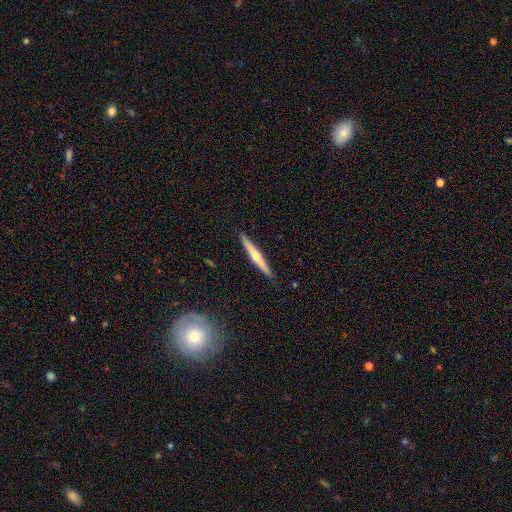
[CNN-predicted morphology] Smooth or featured? Predicted: featured or disk (p=0.63). Edge-on disk? Predicted: yes (p=0.97). Edge-on bulge? Predicted: rounded (p=0.85). Merging? Predicted: none (p=0.91).